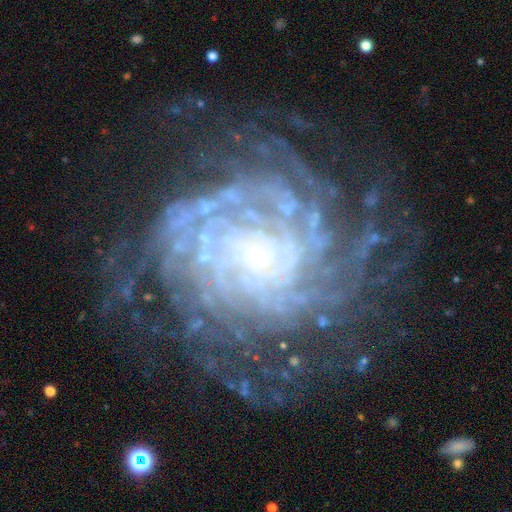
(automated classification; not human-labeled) A featured or disk galaxy (89%) with no bar (75%), more than 4 (31%) tight (77%) spiral arms (97%) and a small central bulge (85%).

Vote fractions:
- Smooth or featured? featured or disk: 89% / star or artifact: 7% / smooth: 5%
- Edge-on disk? no: 98% / yes: 2%
- Bar? no: 75% / weak: 18% / strong: 7%
- Spiral arms? yes: 97% / no: 3%
- Spiral winding? tight: 77% / medium: 18% / loose: 5%
- Spiral arm count? more than 4: 31% / can't tell: 23% / 4: 18% / 3: 10% / 2: 10% / 1: 8%
- Bulge size? small: 85% / moderate: 7% / none: 4% / large: 2% / dominant: 1%
- Merging? none: 73% / minor disturbance: 15% / major disturbance: 11% / merger: 2%